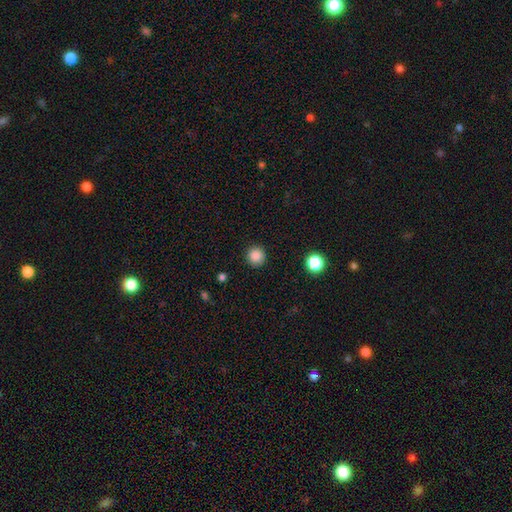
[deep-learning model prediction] smooth_or_featured: smooth (p=0.86) [alt: star or artifact p=0.11]
how_rounded: round (p=0.95) [alt: in between p=0.04]
merging: none (p=0.91) [alt: minor disturbance p=0.06]